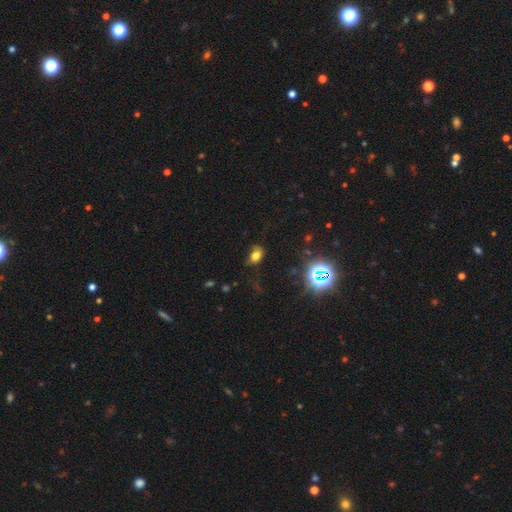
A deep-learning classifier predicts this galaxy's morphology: smooth_or_featured: smooth (p=0.68) [alt: star or artifact p=0.22]
how_rounded: in between (p=0.77) [alt: round p=0.21]
merging: none (p=0.60) [alt: minor disturbance p=0.24]